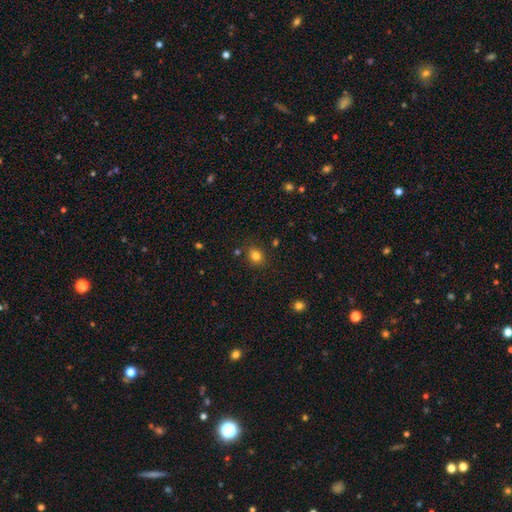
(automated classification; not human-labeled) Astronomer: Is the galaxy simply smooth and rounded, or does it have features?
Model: smooth — 82%.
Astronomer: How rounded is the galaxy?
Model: round — 69%.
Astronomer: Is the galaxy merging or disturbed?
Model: none — 84%.